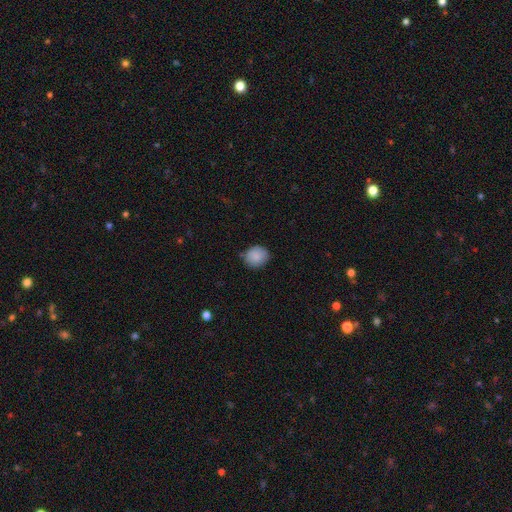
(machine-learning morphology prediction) smooth-or-featured: smooth: 86% | star or artifact: 8% | featured or disk: 6%
  how-rounded: round: 76% | in between: 23% | cigar-shaped: 1%
  merging: none: 80% | minor disturbance: 15% | major disturbance: 3% | merger: 1%